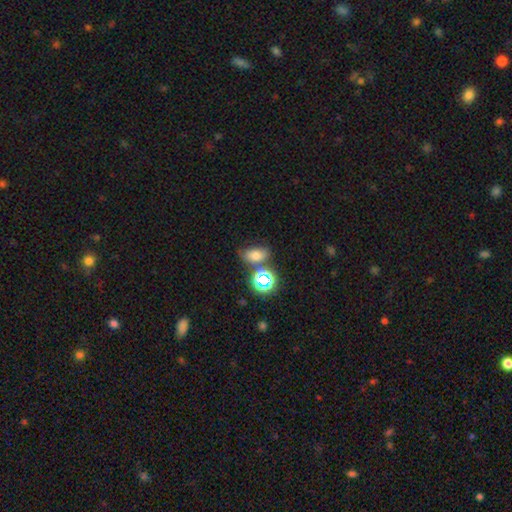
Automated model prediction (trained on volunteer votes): The model was most divided on "smooth or featured": smooth: 65%, star or artifact: 23%, featured or disk: 12%. More confident: how rounded — in between (80%); merging — none (64%).